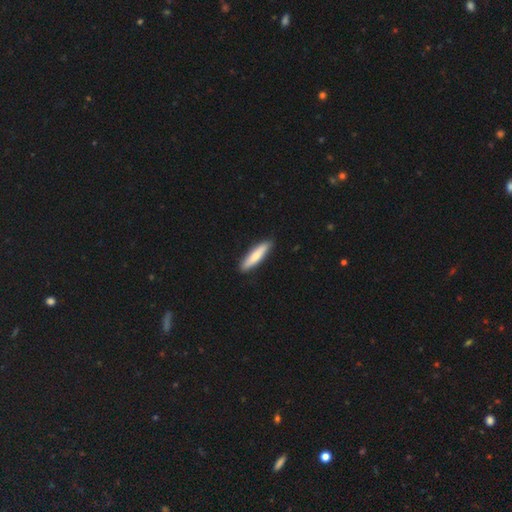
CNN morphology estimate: The model was most divided on "smooth or featured": smooth: 72%, featured or disk: 23%, star or artifact: 5%. More confident: merging — none (90%); how rounded — cigar-shaped (84%).